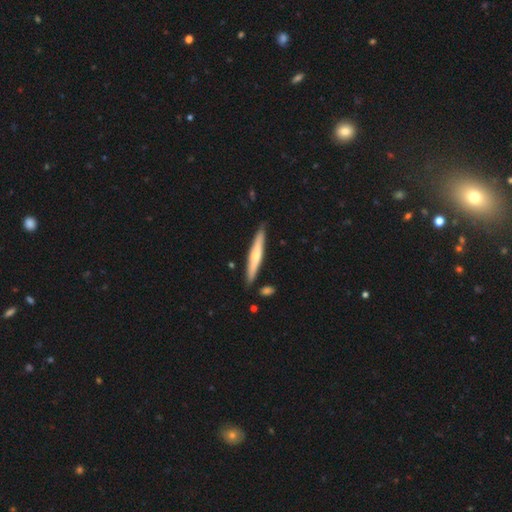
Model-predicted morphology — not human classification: A featured or disk galaxy (52%) viewed edge-on (94%). Merging: none (87%).